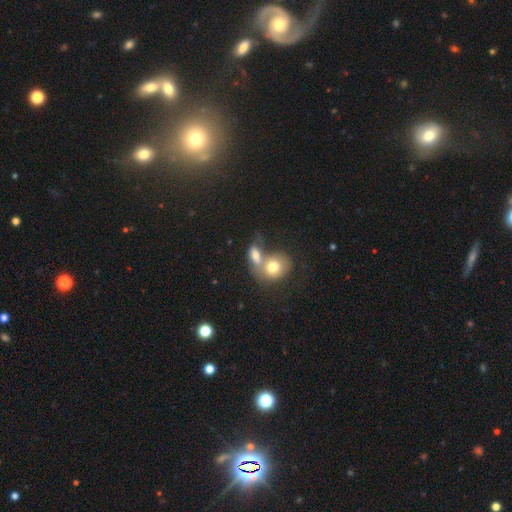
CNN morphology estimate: Q: Smooth or featured?
A: smooth (69%); runner-up: featured or disk (22%)
Q: How rounded?
A: in between (69%); runner-up: round (27%)
Q: Merging?
A: merger (68%); runner-up: none (18%)